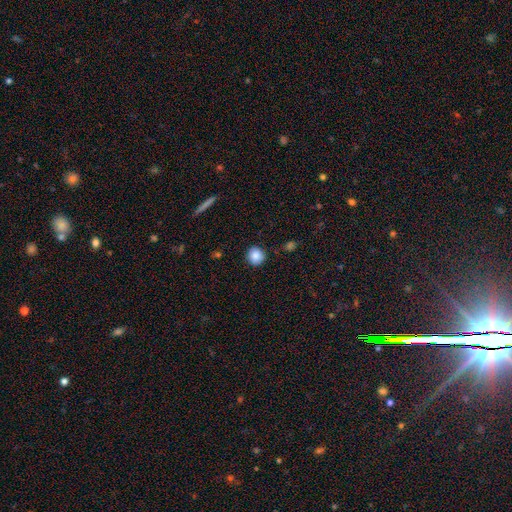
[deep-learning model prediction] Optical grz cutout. It shows a smooth galaxy with no disk features (86%) that is round (89%). Merging: none (87%).